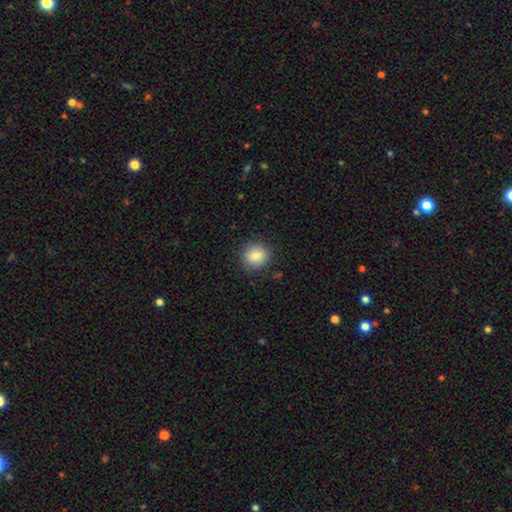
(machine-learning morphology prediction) Smooth or featured? Predicted: smooth (p=0.86). How rounded? Predicted: round (p=0.81). Merging? Predicted: none (p=0.87).